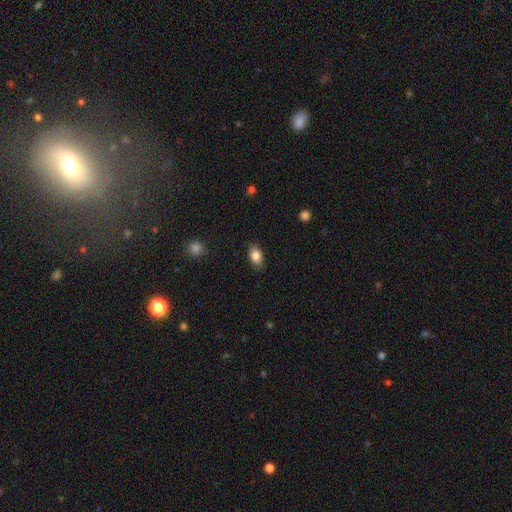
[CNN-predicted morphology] Smooth or featured?
  - smooth: 85% *
  - star or artifact: 8%
  - featured or disk: 7%
How rounded?
  - in between: 87% *
  - round: 11%
  - cigar-shaped: 2%
Merging?
  - none: 85% *
  - minor disturbance: 11%
  - major disturbance: 2%
  - merger: 1%